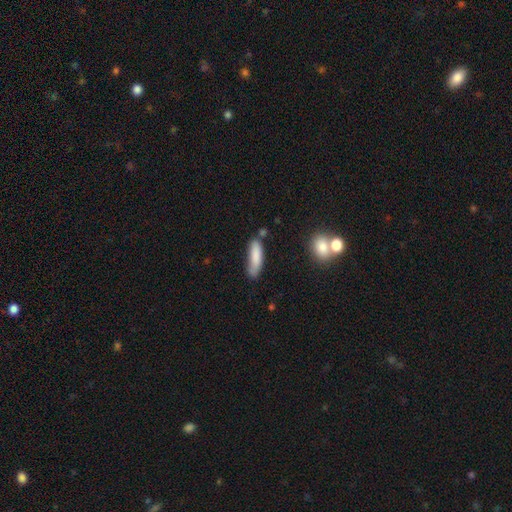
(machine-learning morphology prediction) smooth_or_featured: smooth (p=0.84) [alt: featured or disk p=0.09]
how_rounded: cigar-shaped (p=0.62) [alt: in between p=0.37]
merging: none (p=0.60) [alt: minor disturbance p=0.26]